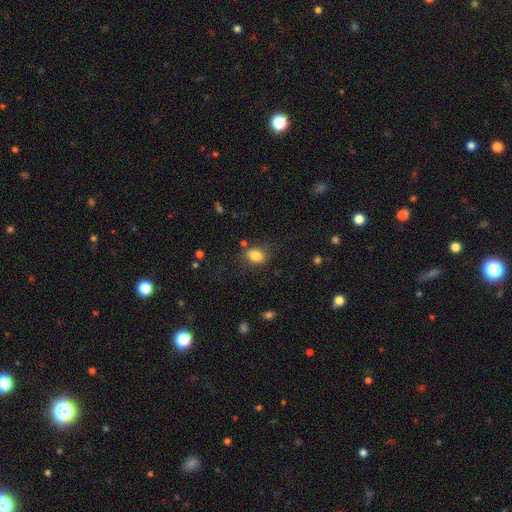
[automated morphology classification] smooth-or-featured: smooth: 83% | star or artifact: 10% | featured or disk: 7%
  how-rounded: in between: 72% | round: 27% | cigar-shaped: 1%
  merging: none: 75% | minor disturbance: 16% | major disturbance: 5% | merger: 4%